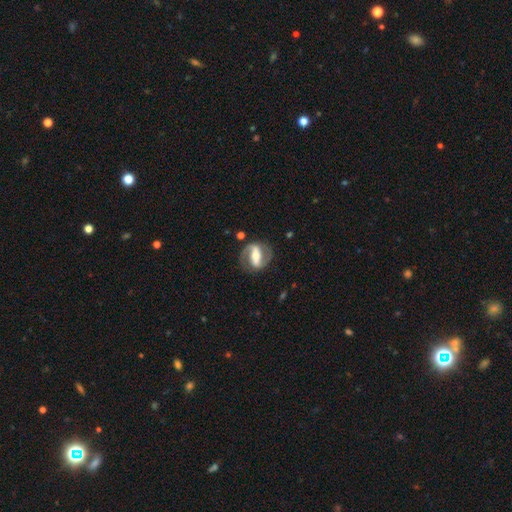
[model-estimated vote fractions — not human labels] Smooth or featured: featured or disk — 83% (smooth — 12%)
Edge-on disk: no — 95% (yes — 5%)
Bar: strong — 67% (weak — 22%)
Spiral arms: yes — 90% (no — 10%)
Spiral winding: medium — 51% (tight — 28%)
Spiral arm count: 2 — 90% (can't tell — 4%)
Bulge size: moderate — 50% (small — 23%)
Merging: none — 79% (minor disturbance — 12%)